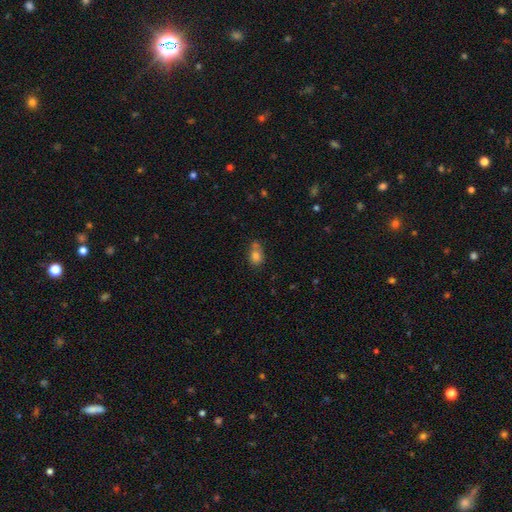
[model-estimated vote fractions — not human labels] Overall: smooth (78%). How rounded: in between (67%; round 31%). Merging: none (45%; merger 24%).